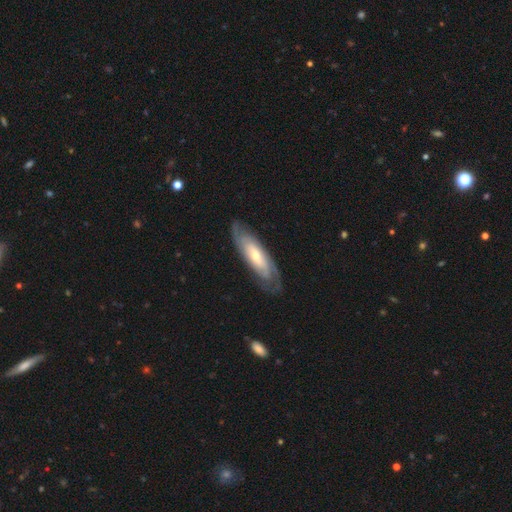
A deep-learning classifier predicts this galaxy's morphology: type=featured or disk (69%); edge-on=no (78%); bar=no (63%); spiral arms=yes (83%); bulge=small (50%); merging=none (75%).